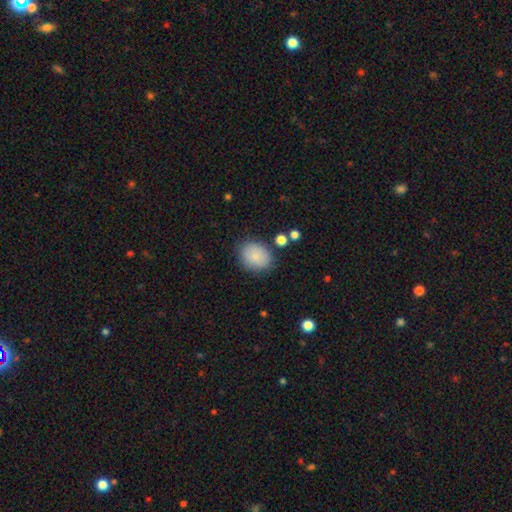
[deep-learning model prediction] Smooth or featured? Predicted: smooth (p=0.85). How rounded? Predicted: round (p=0.53). Merging? Predicted: none (p=0.79).